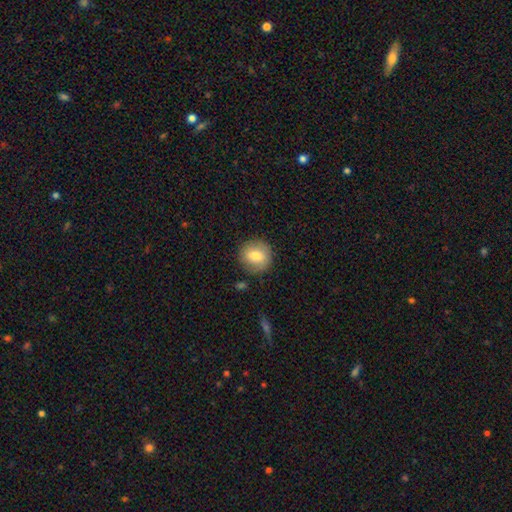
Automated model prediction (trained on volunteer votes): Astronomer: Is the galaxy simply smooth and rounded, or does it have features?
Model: smooth — 77%.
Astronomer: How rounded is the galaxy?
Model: round — 89%.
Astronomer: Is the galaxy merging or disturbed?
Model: none — 85%.